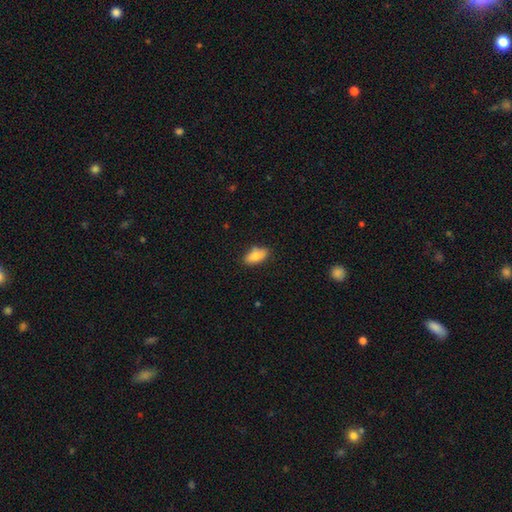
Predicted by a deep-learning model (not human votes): Smooth or featured? smooth (79%)
How rounded? in between (88%)
Merging? none (79%)